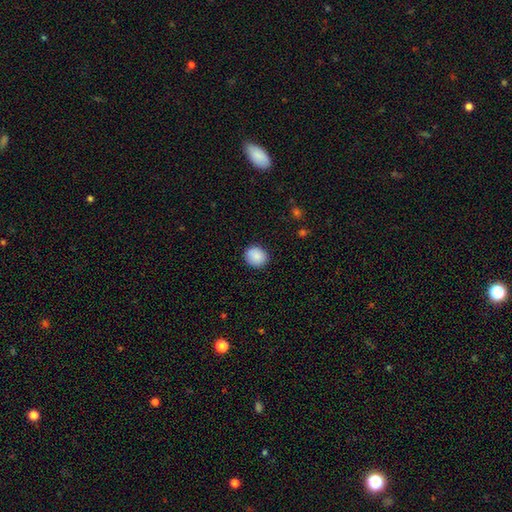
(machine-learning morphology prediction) Q: Smooth or featured?
A: smooth (88%); runner-up: star or artifact (8%)
Q: How rounded?
A: round (74%); runner-up: in between (25%)
Q: Merging?
A: none (88%); runner-up: minor disturbance (9%)